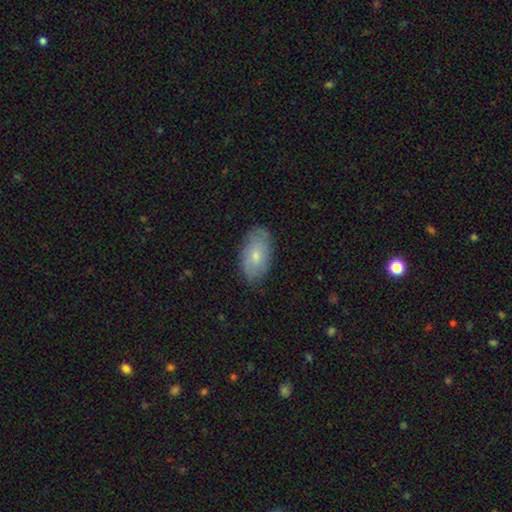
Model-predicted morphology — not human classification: Q: Smooth or featured?
A: smooth (69%); runner-up: featured or disk (25%)
Q: How rounded?
A: in between (94%); runner-up: round (4%)
Q: Merging?
A: none (80%); runner-up: minor disturbance (16%)